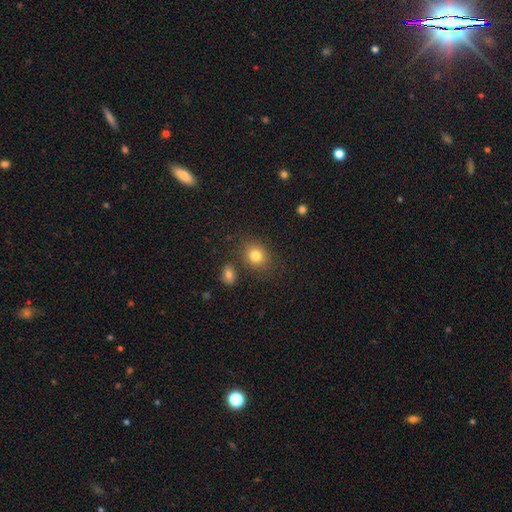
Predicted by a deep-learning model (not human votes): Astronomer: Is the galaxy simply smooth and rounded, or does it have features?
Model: smooth — 81%.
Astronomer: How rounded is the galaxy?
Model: round — 61% (runner-up: in between, 38%).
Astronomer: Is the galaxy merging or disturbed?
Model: none — 80%.